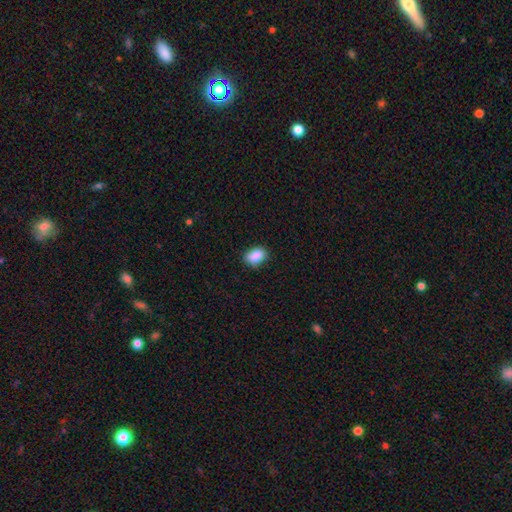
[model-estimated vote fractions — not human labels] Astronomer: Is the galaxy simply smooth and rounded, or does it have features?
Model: smooth — 88%.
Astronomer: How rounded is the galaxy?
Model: in between — 81%.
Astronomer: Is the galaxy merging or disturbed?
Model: none — 79%.